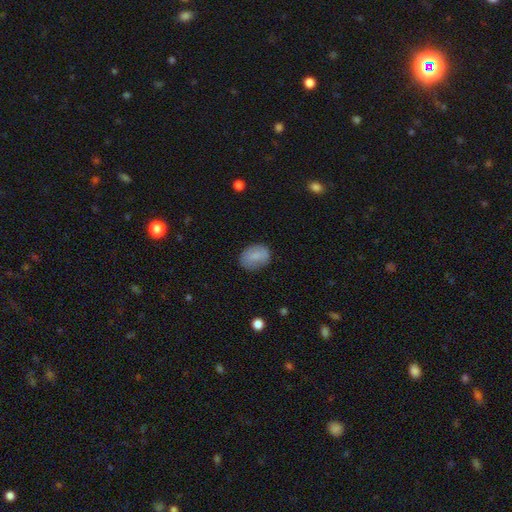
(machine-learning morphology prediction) Overall: smooth (81%). How rounded: in between (78%). Merging: none (79%).